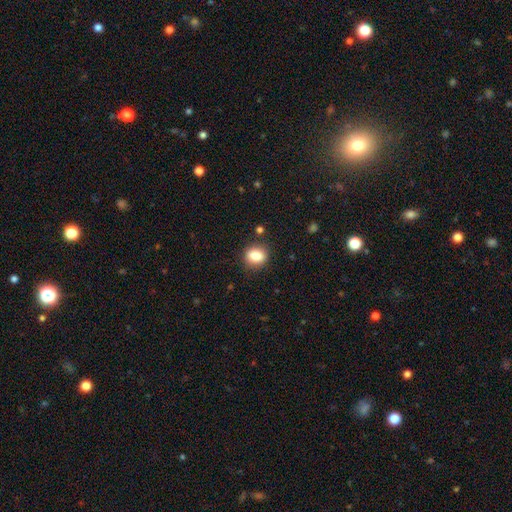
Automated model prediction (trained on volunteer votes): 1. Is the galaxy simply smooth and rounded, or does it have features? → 83% smooth, 9% star or artifact, 7% featured or disk.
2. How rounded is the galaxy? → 57% round, 42% in between, 1% cigar-shaped.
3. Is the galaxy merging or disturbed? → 86% none, 9% minor disturbance, 3% major disturbance, 2% merger.